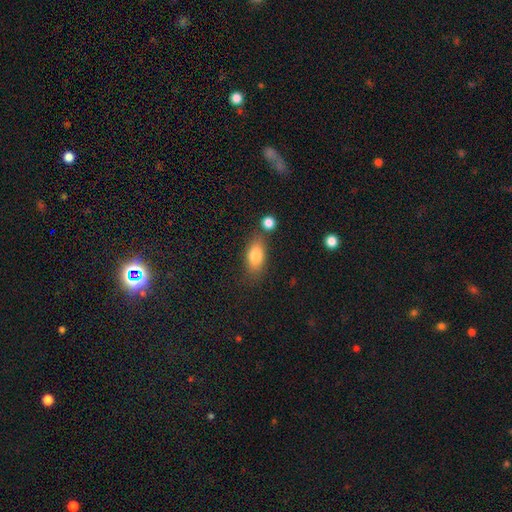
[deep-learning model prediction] Smooth or featured? smooth (80%)
How rounded? in between (84%)
Merging? none (67%)